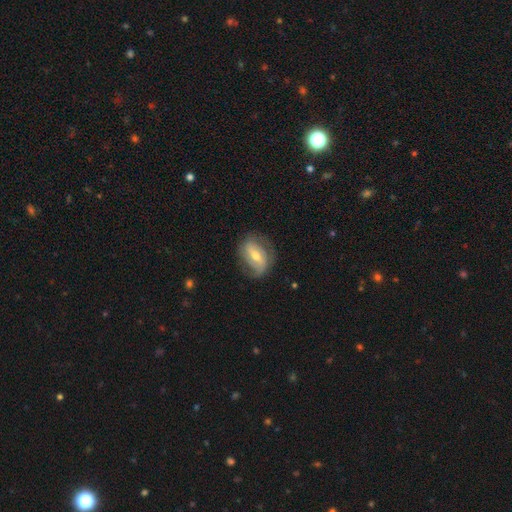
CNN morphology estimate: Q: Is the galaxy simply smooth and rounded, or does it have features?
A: featured or disk — 68%.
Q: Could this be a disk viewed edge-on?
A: no — 94%.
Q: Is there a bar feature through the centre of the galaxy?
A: strong — 39%.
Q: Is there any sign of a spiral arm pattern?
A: yes — 79%.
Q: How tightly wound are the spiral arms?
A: medium — 39%.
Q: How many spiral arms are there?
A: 2 — 69%.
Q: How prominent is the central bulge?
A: moderate — 64%.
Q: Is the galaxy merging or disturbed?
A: none — 69%.